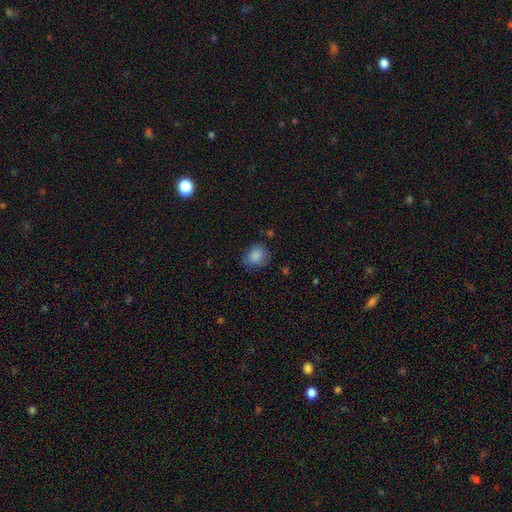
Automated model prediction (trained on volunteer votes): A smooth galaxy with no disk features (85%) that is round (65%).

Vote fractions:
- Smooth or featured? smooth: 85% / star or artifact: 8% / featured or disk: 7%
- How rounded? round: 65% / in between: 34% / cigar-shaped: 1%
- Merging? none: 66% / minor disturbance: 25% / major disturbance: 7% / merger: 2%